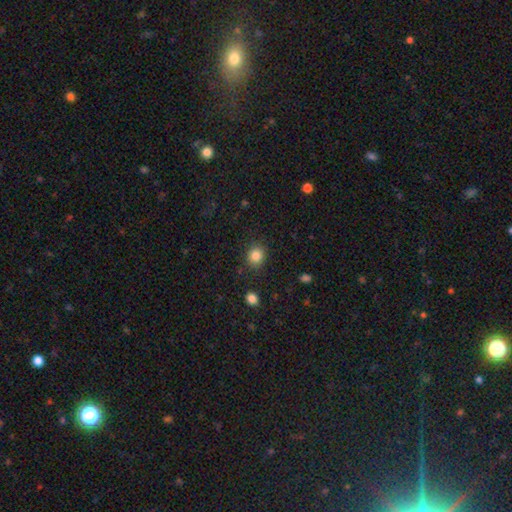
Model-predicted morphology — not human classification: The model was most divided on "how rounded": round: 74%, in between: 25%, cigar-shaped: 1%. More confident: merging — none (86%); smooth or featured — smooth (85%).